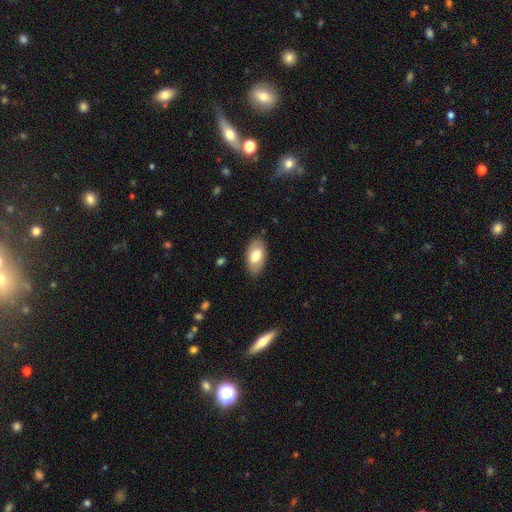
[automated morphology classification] Overall: smooth (72%). How rounded: in between (94%). Merging: none (84%).